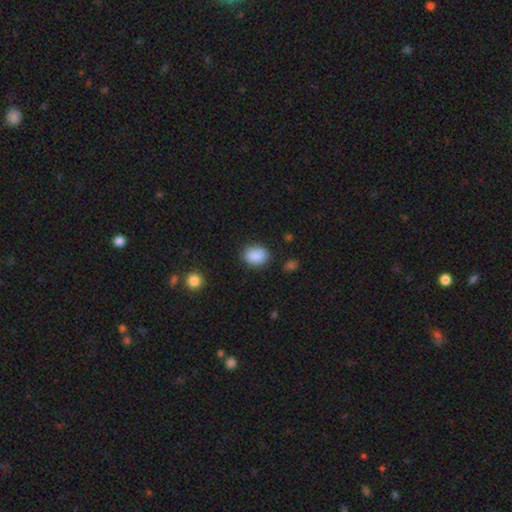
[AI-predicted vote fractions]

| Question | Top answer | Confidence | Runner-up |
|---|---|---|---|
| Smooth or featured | smooth | 88% | star or artifact (8%) |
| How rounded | in between | 59% | round (40%) |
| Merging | none | 79% | minor disturbance (15%) |